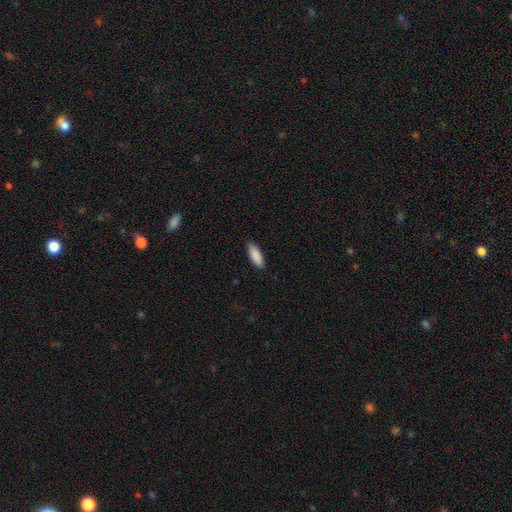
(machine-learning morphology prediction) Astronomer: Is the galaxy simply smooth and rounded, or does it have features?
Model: smooth — 90%.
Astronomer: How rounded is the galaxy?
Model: in between — 66%.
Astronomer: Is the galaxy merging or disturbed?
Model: none — 86%.